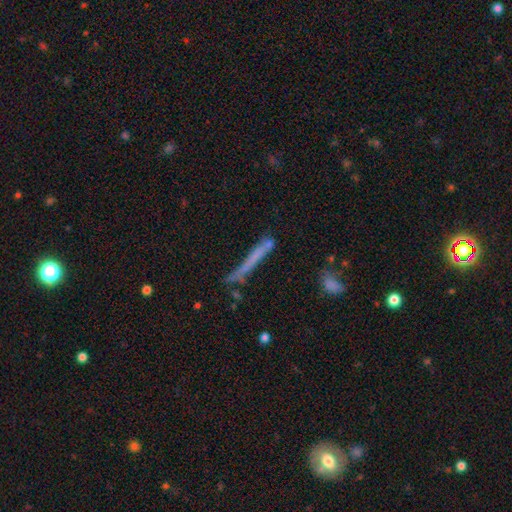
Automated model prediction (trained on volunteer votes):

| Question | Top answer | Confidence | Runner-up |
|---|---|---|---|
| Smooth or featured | smooth | 57% | featured or disk (35%) |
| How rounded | cigar-shaped | 95% | in between (3%) |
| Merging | none | 59% | minor disturbance (22%) |